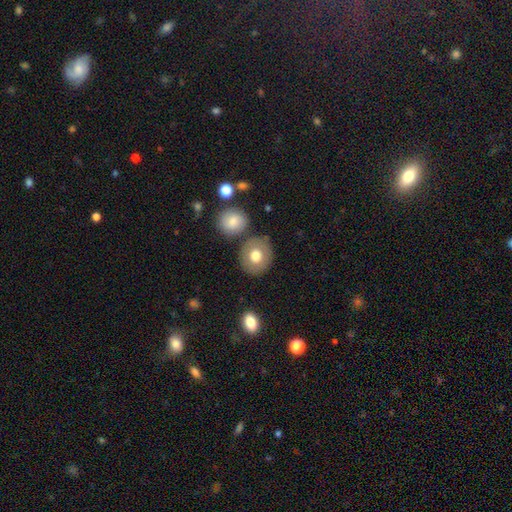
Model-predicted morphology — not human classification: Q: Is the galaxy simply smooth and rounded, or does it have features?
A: smooth — 73%.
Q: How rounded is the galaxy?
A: round — 78%.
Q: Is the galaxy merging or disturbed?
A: none — 78%.